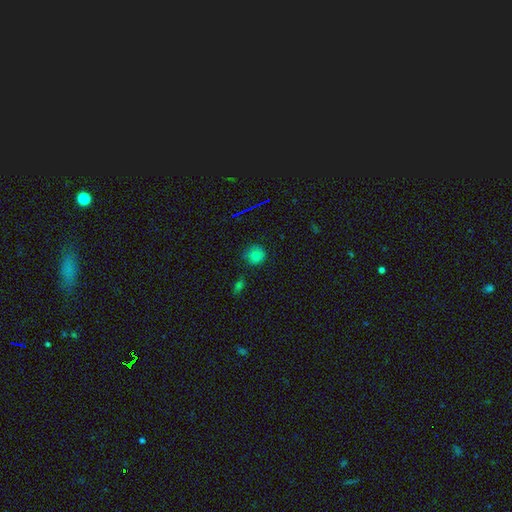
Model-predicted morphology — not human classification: Q: Smooth or featured?
A: smooth (75%); runner-up: star or artifact (18%)
Q: How rounded?
A: round (88%); runner-up: in between (11%)
Q: Merging?
A: none (73%); runner-up: minor disturbance (20%)